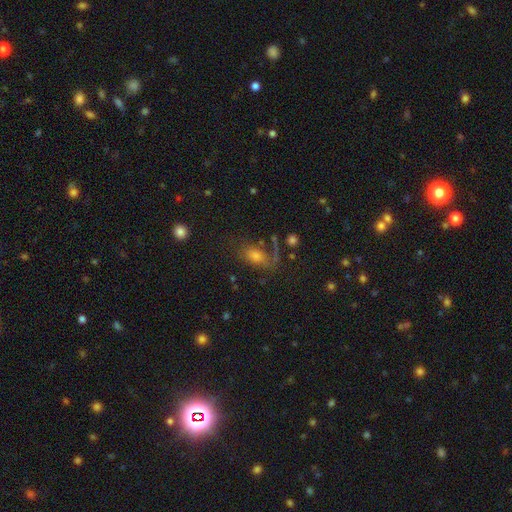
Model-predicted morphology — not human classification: Smooth or featured: smooth — 49% (featured or disk — 33%)
Merging: none — 51% (major disturbance — 24%)